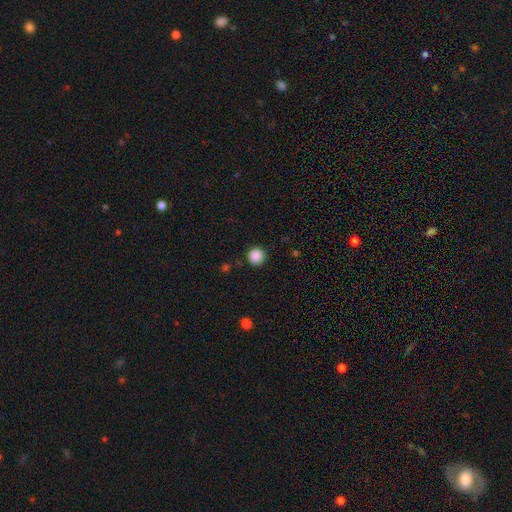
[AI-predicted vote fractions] The model was most divided on "smooth or featured": smooth: 88%, star or artifact: 9%, featured or disk: 3%. More confident: how rounded — round (95%); merging — none (90%).